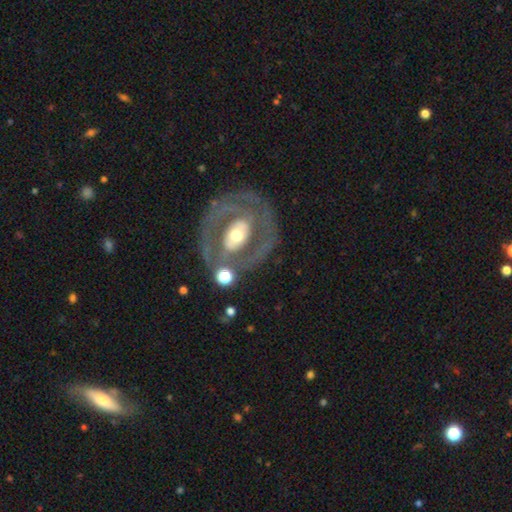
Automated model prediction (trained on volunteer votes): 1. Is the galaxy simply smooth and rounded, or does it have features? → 79% featured or disk, 14% smooth, 7% star or artifact.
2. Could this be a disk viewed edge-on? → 91% no, 9% yes.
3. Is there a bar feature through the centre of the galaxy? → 38% strong, 33% weak, 29% no.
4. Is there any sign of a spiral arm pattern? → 52% yes, 48% no.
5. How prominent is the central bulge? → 63% moderate, 24% small, 10% large, 2% dominant, 2% none.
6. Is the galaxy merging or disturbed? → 71% none, 14% minor disturbance, 9% major disturbance, 5% merger.